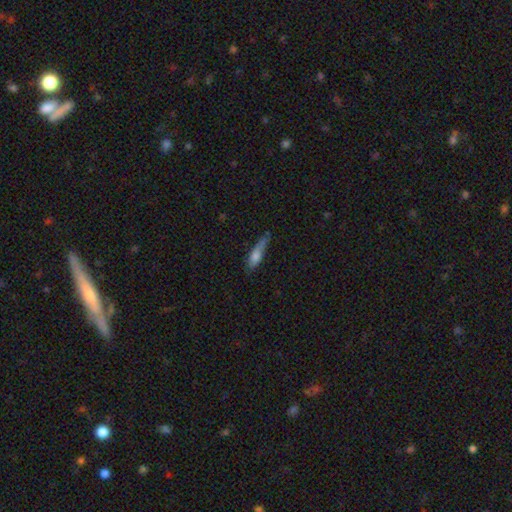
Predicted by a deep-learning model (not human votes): A smooth galaxy with no disk features (64%) that is cigar-shaped (73%).

Vote fractions:
- Smooth or featured? smooth: 64% / featured or disk: 28% / star or artifact: 8%
- How rounded? cigar-shaped: 73% / in between: 25% / round: 3%
- Merging? none: 51% / minor disturbance: 34% / major disturbance: 12% / merger: 4%